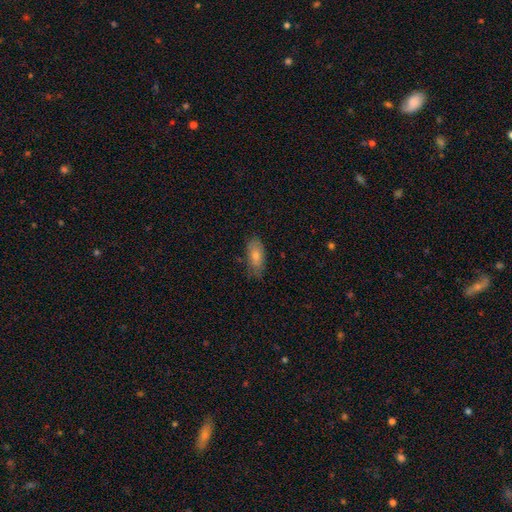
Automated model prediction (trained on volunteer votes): Smooth or featured? smooth (69%)
How rounded? in between (82%)
Merging? none (76%)